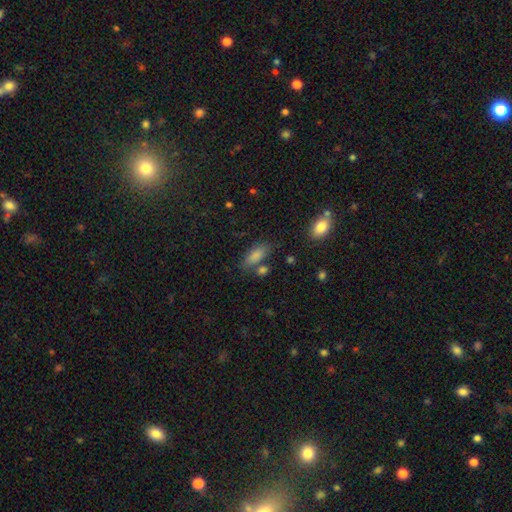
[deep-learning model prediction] smooth-or-featured: smooth: 84% | star or artifact: 9% | featured or disk: 8%
  how-rounded: in between: 81% | cigar-shaped: 15% | round: 3%
  merging: none: 66% | minor disturbance: 17% | merger: 12% | major disturbance: 5%